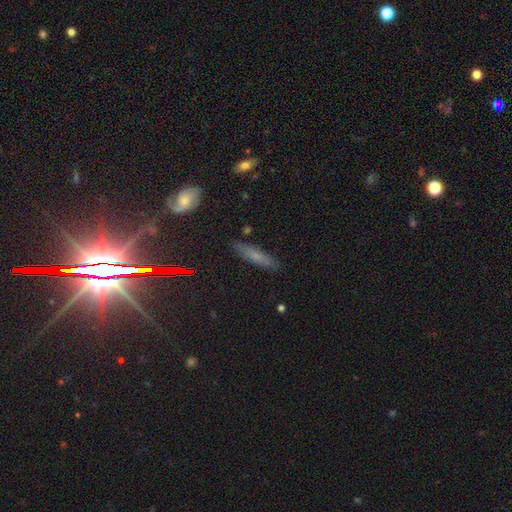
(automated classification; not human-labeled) Overall: smooth (58%; featured or disk 28%). How rounded: cigar-shaped (81%). Merging: none (83%).